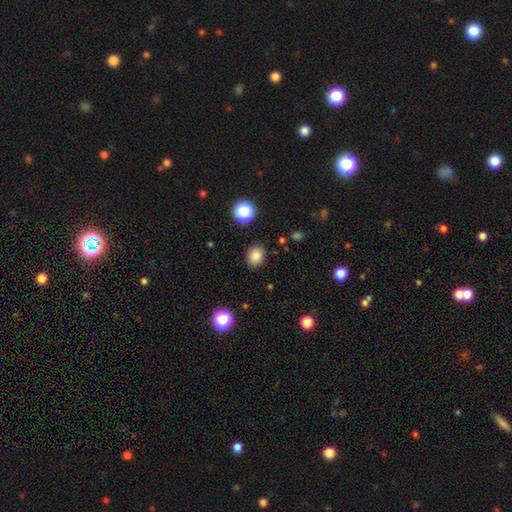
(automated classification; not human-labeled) A smooth galaxy with no disk features (84%) that is round (64%).

Vote fractions:
- Smooth or featured? smooth: 84% / star or artifact: 12% / featured or disk: 4%
- How rounded? round: 64% / in between: 35% / cigar-shaped: 1%
- Merging? none: 86% / minor disturbance: 9% / major disturbance: 3% / merger: 2%